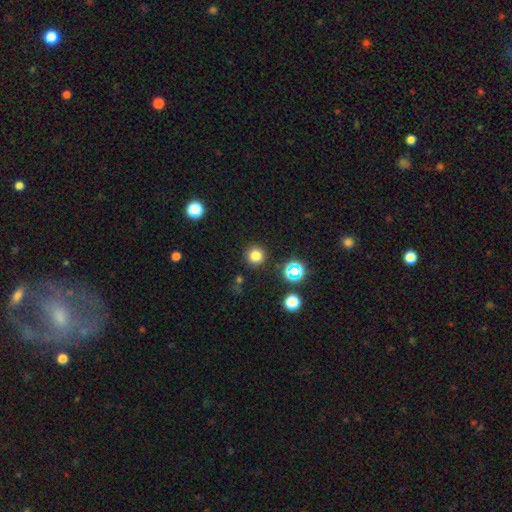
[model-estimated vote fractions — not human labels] smooth 77%, star or artifact 17%, featured or disk 6%. Down the decision tree: how rounded — round (95%); merging — none (89%).